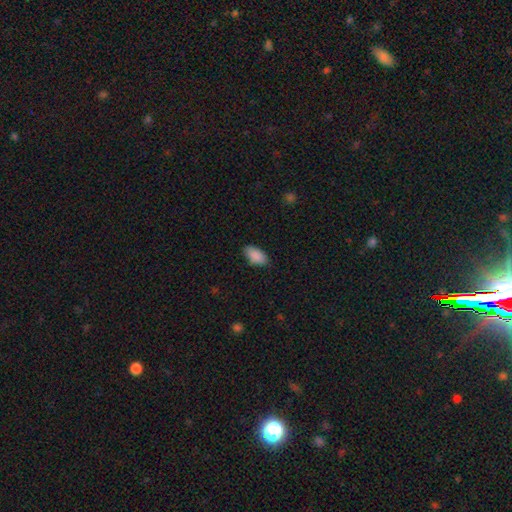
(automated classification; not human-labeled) Smooth or featured? smooth (89%)
How rounded? in between (93%)
Merging? none (81%)